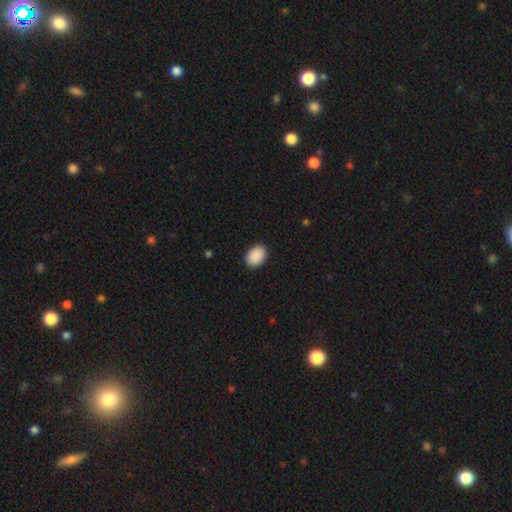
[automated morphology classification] Q: Smooth or featured?
A: smooth (91%); runner-up: star or artifact (7%)
Q: How rounded?
A: in between (77%); runner-up: round (22%)
Q: Merging?
A: none (90%); runner-up: minor disturbance (7%)